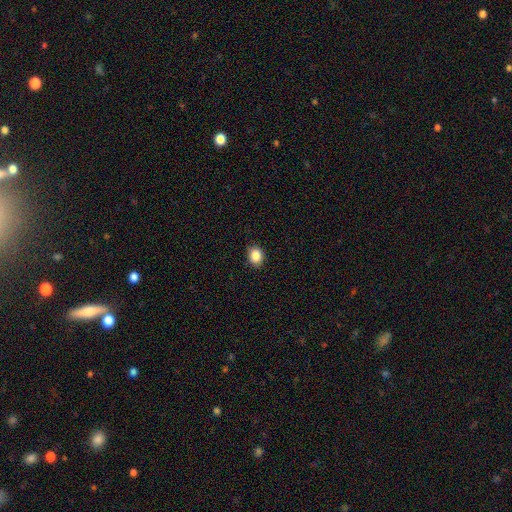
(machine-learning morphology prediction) The model was most divided on "how rounded": round: 54%, in between: 45%, cigar-shaped: 1%. More confident: merging — none (88%); smooth or featured — smooth (87%).